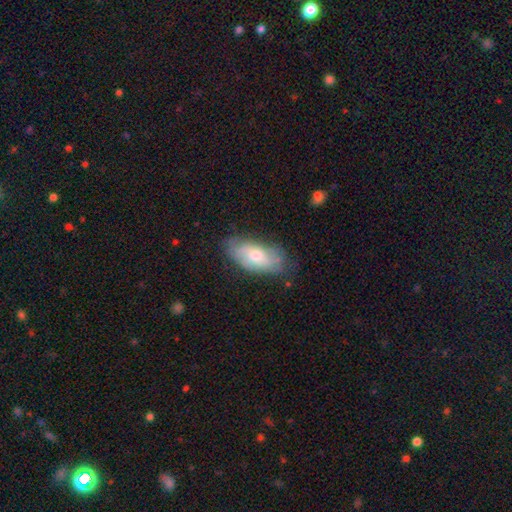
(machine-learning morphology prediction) smooth 53%, featured or disk 41%, star or artifact 7%. Down the decision tree: how rounded — in between (90%); merging — none (70%).